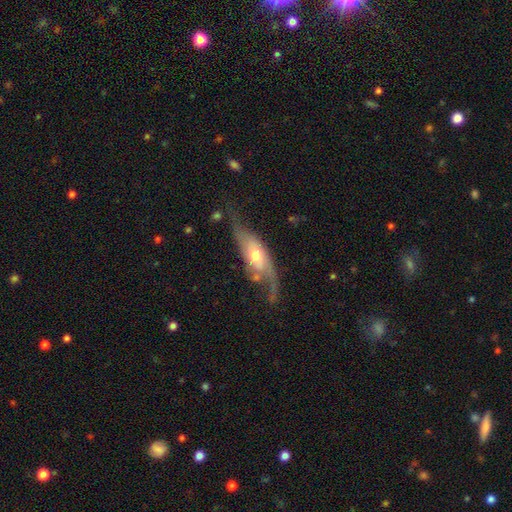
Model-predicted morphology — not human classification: The model was most divided on "merging": none: 43%, major disturbance: 27%, minor disturbance: 24%, merger: 6%. More confident: spiral arms — yes (77%); edge-on disk — no (76%); smooth or featured — featured or disk (68%); bar — no (66%); bulge size — moderate (65%).